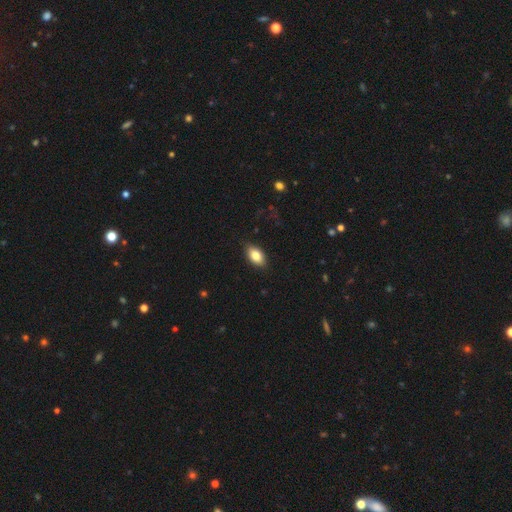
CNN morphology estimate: A smooth galaxy with no disk features (82%) that is in between round and cigar-shaped (91%). Merging: none (87%).